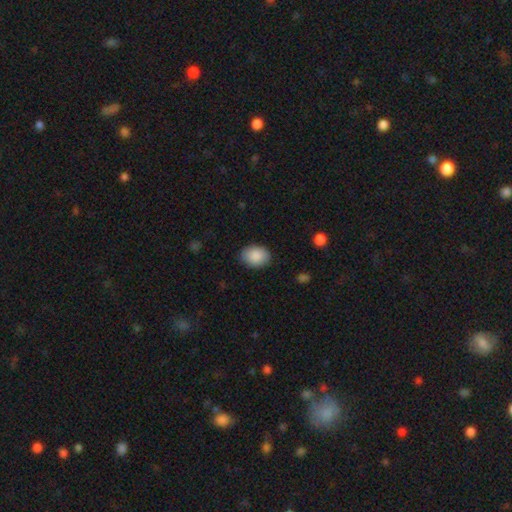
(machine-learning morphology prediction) Smooth or featured? smooth (89%)
How rounded? in between (71%)
Merging? none (85%)